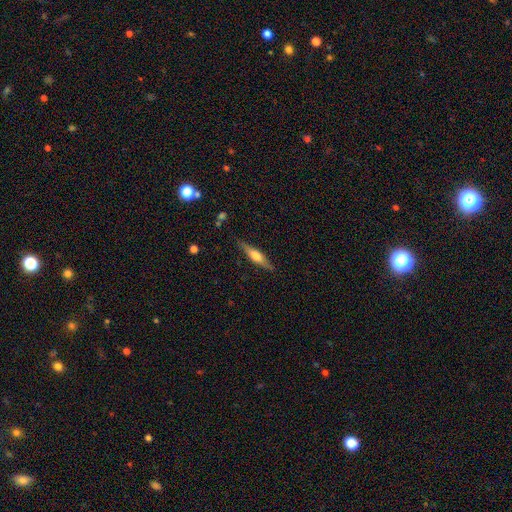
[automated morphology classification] Overall: featured or disk (57%; smooth 37%). Edge-on disk: yes (95%). Edge-on bulge: rounded (80%). Merging: none (87%).